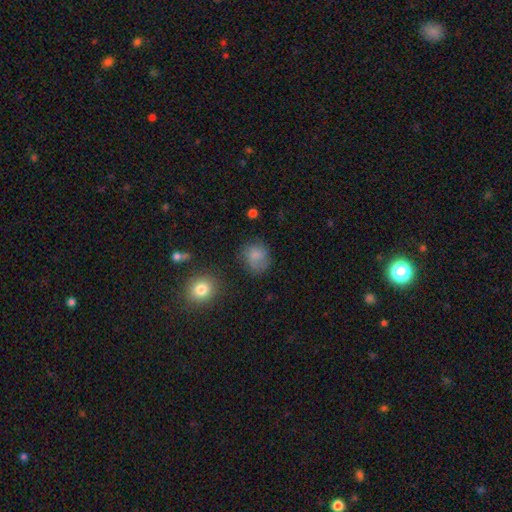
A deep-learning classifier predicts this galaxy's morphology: A smooth galaxy with no disk features (76%) that is round (74%). Merging: none (64%).